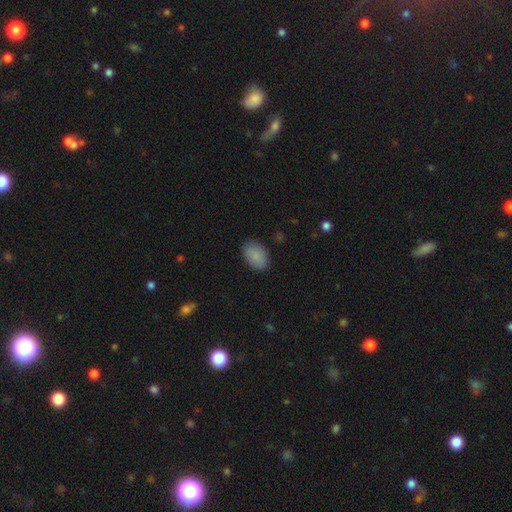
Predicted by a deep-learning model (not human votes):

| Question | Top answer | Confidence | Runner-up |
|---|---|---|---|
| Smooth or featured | smooth | 88% | star or artifact (7%) |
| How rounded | in between | 87% | round (12%) |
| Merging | none | 86% | minor disturbance (10%) |